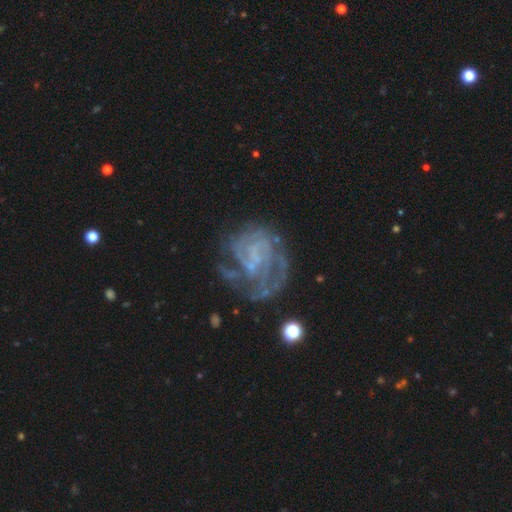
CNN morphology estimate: type=featured or disk (81%); edge-on=no (98%); bar=no (51%); spiral arms=yes (87%); winding=tight (53%); arm count=can't tell (37%); bulge=none (59%); merging=none (53%).